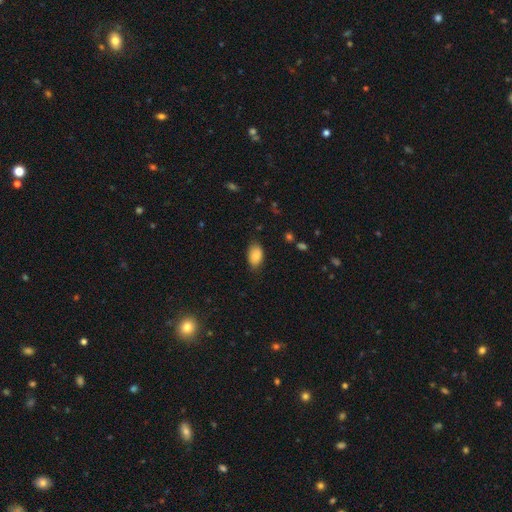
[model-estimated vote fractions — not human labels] smooth-or-featured: smooth: 84% | featured or disk: 8% | star or artifact: 8%
  how-rounded: in between: 91% | round: 8% | cigar-shaped: 1%
  merging: none: 80% | minor disturbance: 16% | major disturbance: 3% | merger: 1%